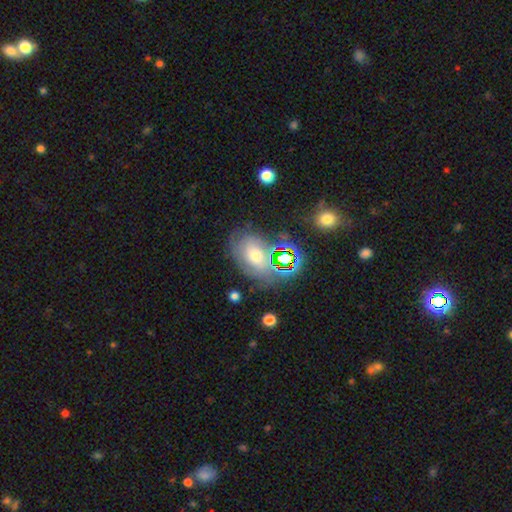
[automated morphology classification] smooth 40%, featured or disk 38%, star or artifact 23%. Down the decision tree: merging — none (61%).